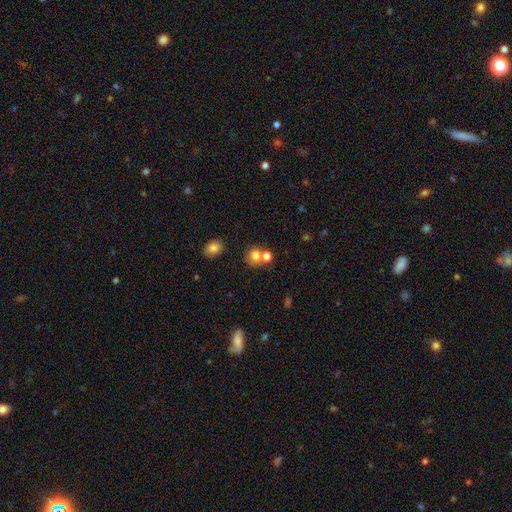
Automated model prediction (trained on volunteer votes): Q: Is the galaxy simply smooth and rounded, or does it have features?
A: smooth — 76%.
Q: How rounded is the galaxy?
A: round — 74%.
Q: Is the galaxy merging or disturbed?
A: none — 49%.